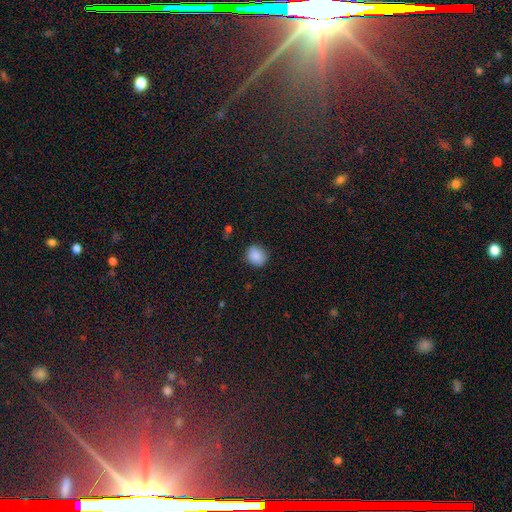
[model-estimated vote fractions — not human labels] Smooth or featured? Predicted: smooth (p=0.87). How rounded? Predicted: round (p=0.72). Merging? Predicted: none (p=0.85).